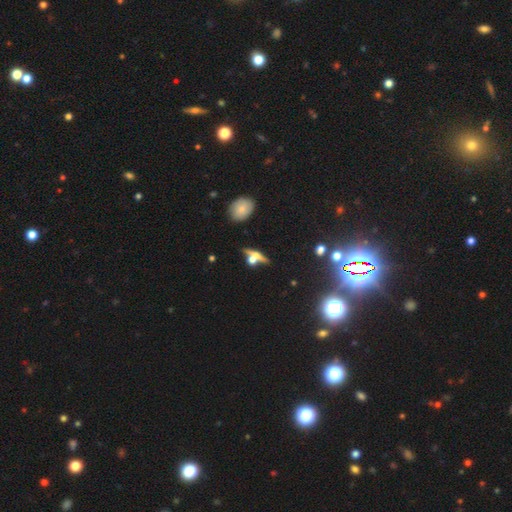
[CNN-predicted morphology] Smooth or featured?
  - featured or disk: 48% *
  - smooth: 35%
  - star or artifact: 17%
Merging?
  - none: 52% *
  - merger: 29%
  - minor disturbance: 12%
  - major disturbance: 7%